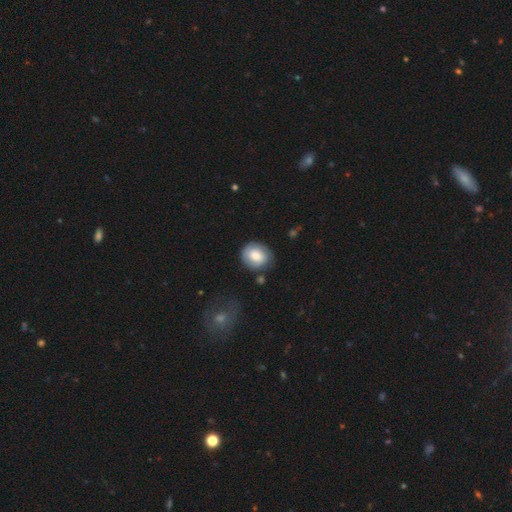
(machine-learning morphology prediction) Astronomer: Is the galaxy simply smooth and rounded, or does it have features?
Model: smooth — 68%.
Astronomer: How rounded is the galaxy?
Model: round — 75%.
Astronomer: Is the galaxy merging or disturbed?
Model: none — 73%.